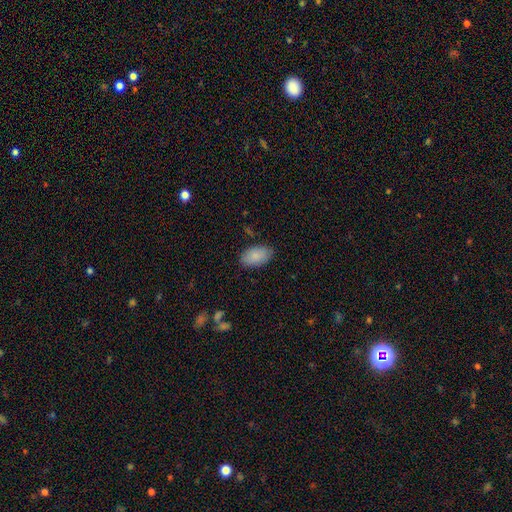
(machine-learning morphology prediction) Q: Smooth or featured?
A: smooth (88%); runner-up: star or artifact (6%)
Q: How rounded?
A: in between (95%); runner-up: round (3%)
Q: Merging?
A: none (86%); runner-up: minor disturbance (11%)